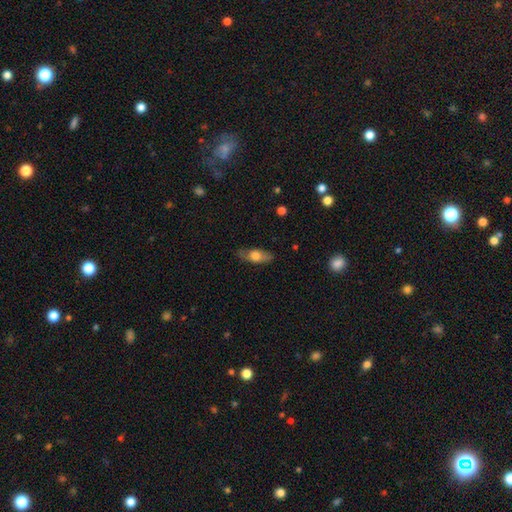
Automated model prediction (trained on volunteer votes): A smooth galaxy with no disk features (63%) that is in between round and cigar-shaped (70%). Merging: none (80%).